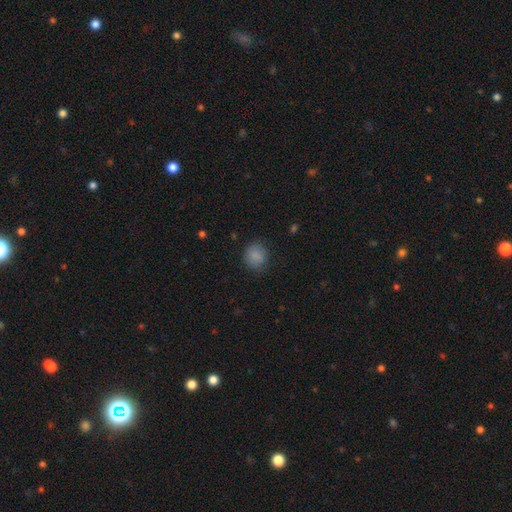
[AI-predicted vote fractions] A smooth galaxy with no disk features (86%) that is round (79%). Merging: none (83%).